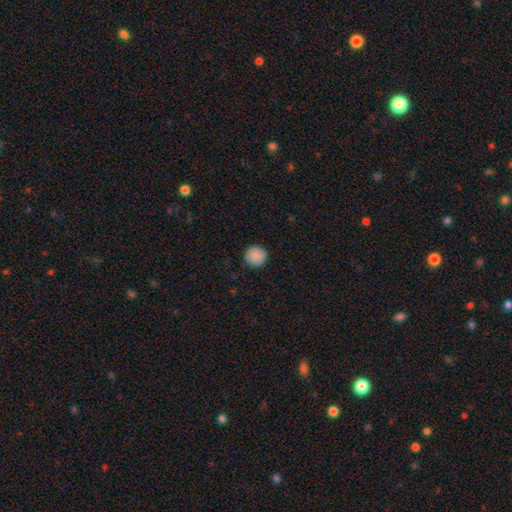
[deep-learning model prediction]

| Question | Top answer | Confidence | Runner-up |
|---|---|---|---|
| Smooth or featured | smooth | 88% | star or artifact (8%) |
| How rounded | round | 93% | in between (6%) |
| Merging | none | 89% | minor disturbance (8%) |